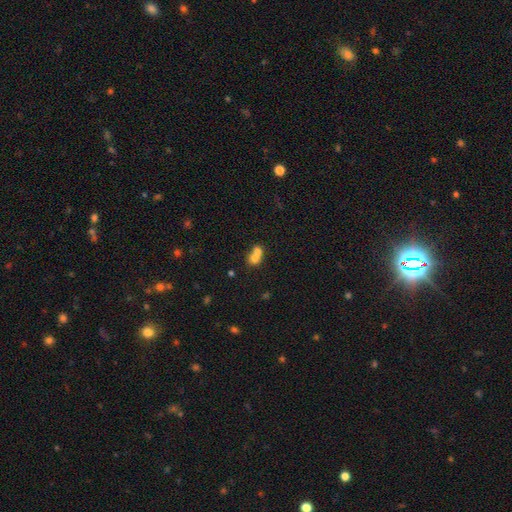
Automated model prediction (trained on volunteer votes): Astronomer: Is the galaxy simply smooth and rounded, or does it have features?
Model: smooth — 71%.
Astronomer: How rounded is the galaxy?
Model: round — 66%.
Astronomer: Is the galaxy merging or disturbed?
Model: merger — 70%.